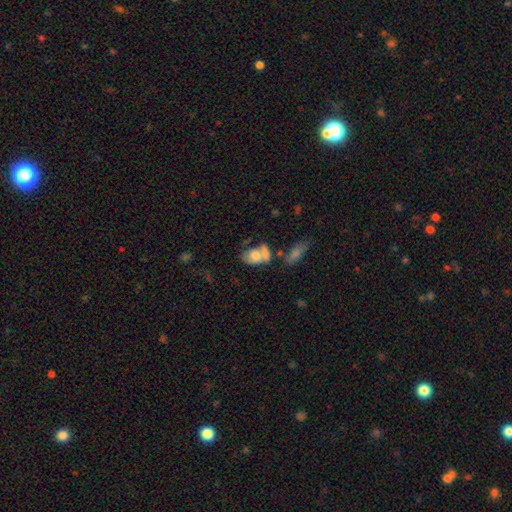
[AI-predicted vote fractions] Morphology: type=smooth (68%); roundness=in between (82%); merging=merger (42%).